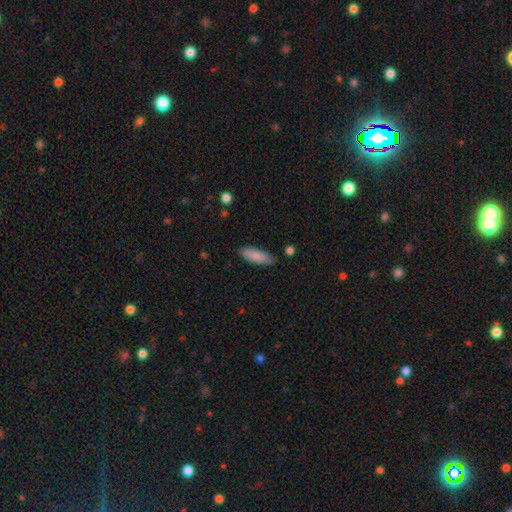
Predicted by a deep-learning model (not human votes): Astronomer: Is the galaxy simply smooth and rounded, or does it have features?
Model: smooth — 86%.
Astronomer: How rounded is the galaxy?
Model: in between — 60% (runner-up: cigar-shaped, 39%).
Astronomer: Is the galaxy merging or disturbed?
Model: none — 81%.